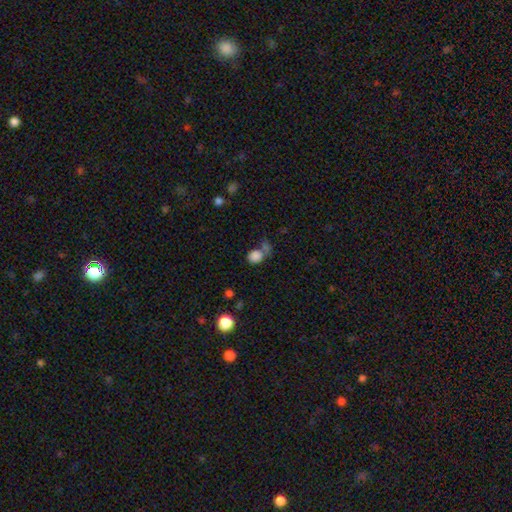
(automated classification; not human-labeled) Smooth or featured? smooth (83%)
How rounded? round (68%)
Merging? none (48%)